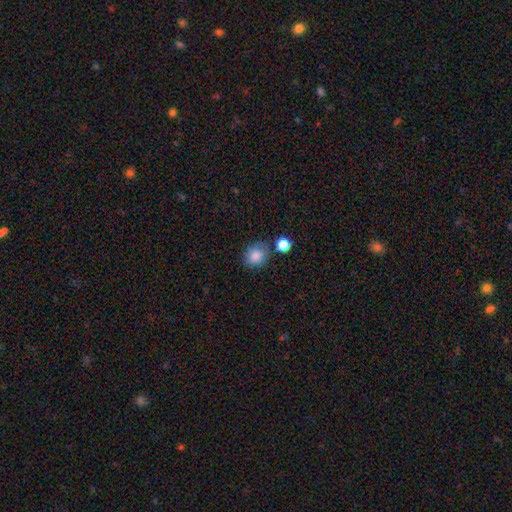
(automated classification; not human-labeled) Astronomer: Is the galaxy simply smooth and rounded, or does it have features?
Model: smooth — 84%.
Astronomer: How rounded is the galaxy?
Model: round — 67%.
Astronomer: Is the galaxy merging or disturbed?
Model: none — 71%.